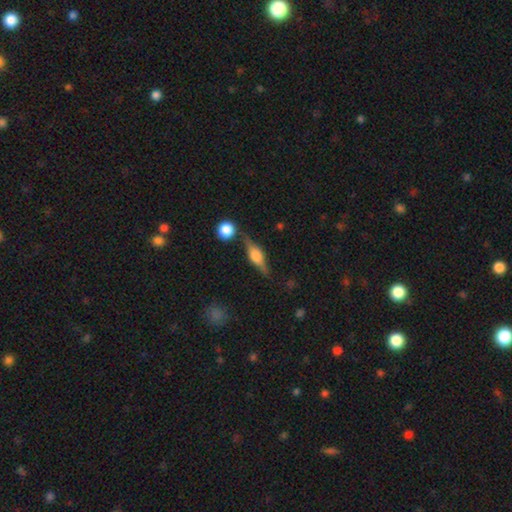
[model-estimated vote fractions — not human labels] The model was most divided on "smooth or featured": featured or disk: 66%, smooth: 26%, star or artifact: 8%. More confident: edge-on disk — yes (95%); edge-on bulge — rounded (85%); merging — none (76%).